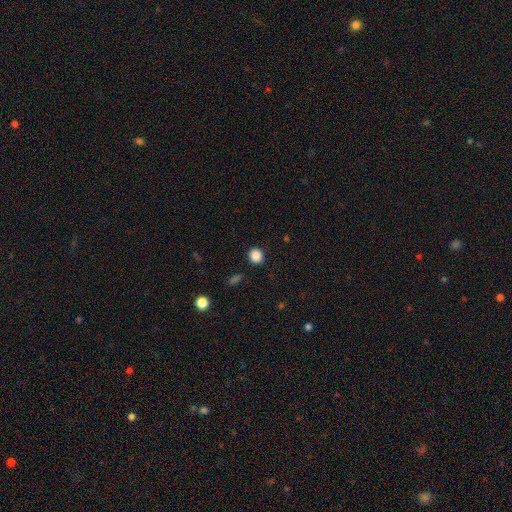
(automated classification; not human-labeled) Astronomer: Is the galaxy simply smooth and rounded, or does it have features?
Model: smooth — 86%.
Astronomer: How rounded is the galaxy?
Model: round — 83%.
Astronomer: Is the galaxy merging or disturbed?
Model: none — 90%.